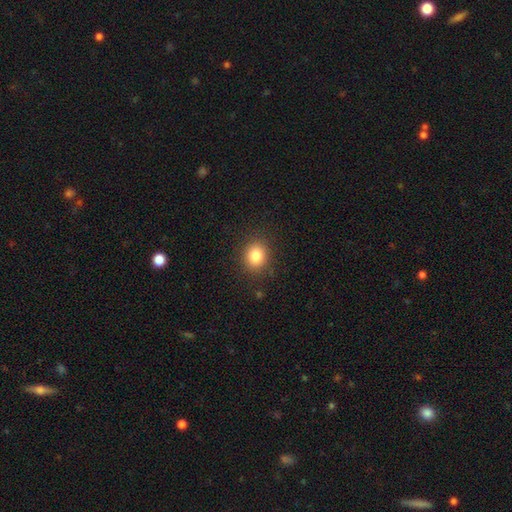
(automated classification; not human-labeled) smooth_or_featured: smooth (p=0.83) [alt: star or artifact p=0.11]
how_rounded: round (p=0.69) [alt: in between p=0.30]
merging: none (p=0.87) [alt: minor disturbance p=0.09]